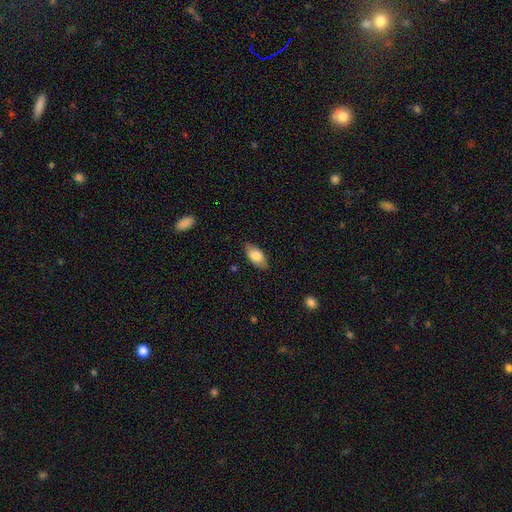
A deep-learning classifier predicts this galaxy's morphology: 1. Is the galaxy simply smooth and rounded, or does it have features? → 80% smooth, 13% featured or disk, 7% star or artifact.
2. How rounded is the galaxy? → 91% in between, 6% cigar-shaped, 4% round.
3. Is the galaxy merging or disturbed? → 81% none, 15% minor disturbance, 3% major disturbance, 1% merger.